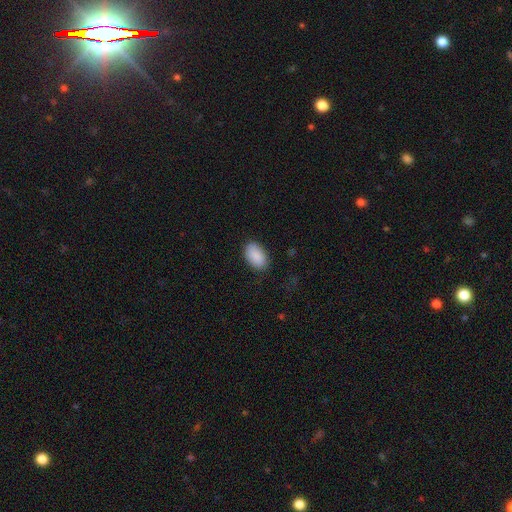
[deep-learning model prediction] smooth_or_featured: smooth (p=0.90) [alt: star or artifact p=0.06]
how_rounded: in between (p=0.92) [alt: round p=0.07]
merging: none (p=0.84) [alt: minor disturbance p=0.12]